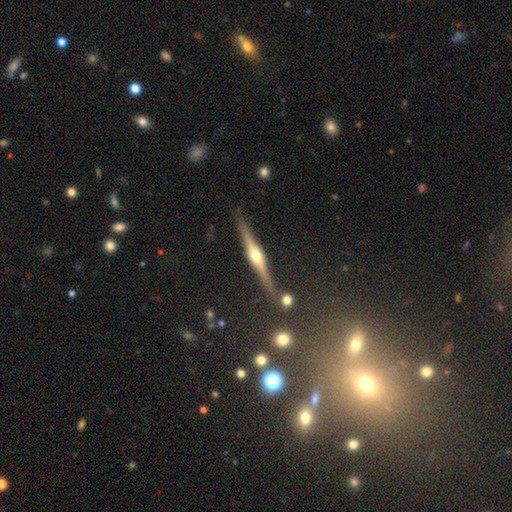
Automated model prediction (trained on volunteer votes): This is likely a featured or disk galaxy (76%). It is clearly viewed edge-on (96%). Edge-on bulge: clearly rounded (91%). Merging: clearly none (83%).